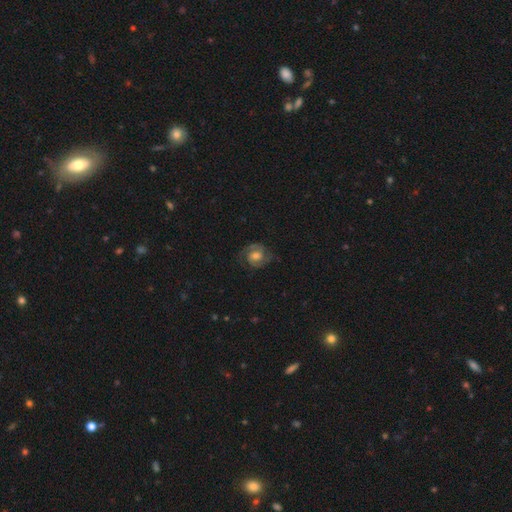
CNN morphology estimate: A featured or disk galaxy (78%) with no bar (56%), 2 (88%) medium (46%) spiral arms (95%) and a moderate central bulge (57%). Merging: none (76%).